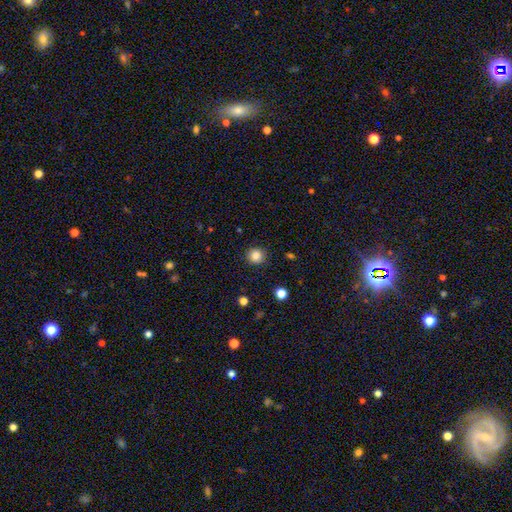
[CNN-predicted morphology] Smooth or featured?
  - smooth: 84% *
  - star or artifact: 11%
  - featured or disk: 4%
How rounded?
  - round: 92% *
  - in between: 7%
  - cigar-shaped: 1%
Merging?
  - none: 90% *
  - minor disturbance: 7%
  - major disturbance: 2%
  - merger: 1%